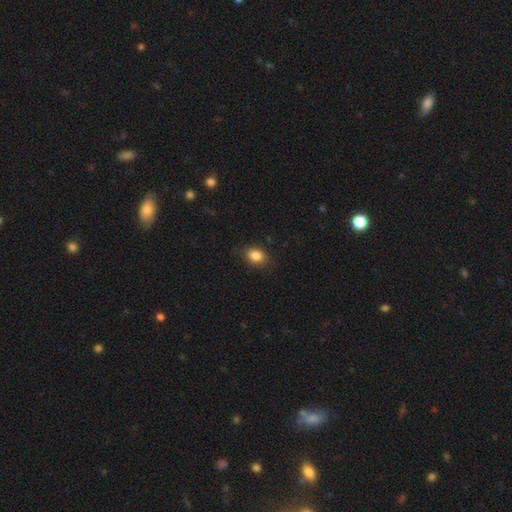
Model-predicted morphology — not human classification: smooth_or_featured: smooth (p=0.85) [alt: star or artifact p=0.09]
how_rounded: in between (p=0.71) [alt: round p=0.28]
merging: none (p=0.82) [alt: minor disturbance p=0.14]